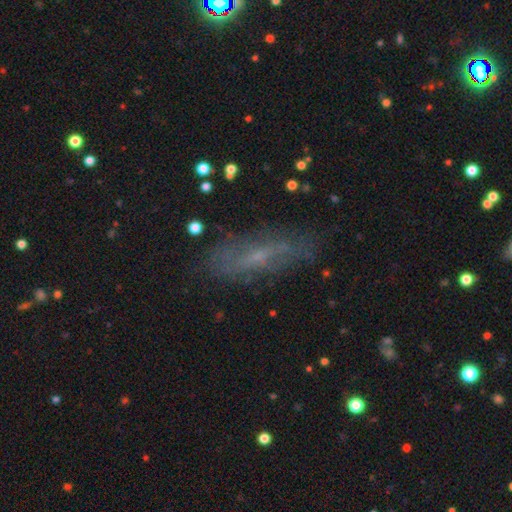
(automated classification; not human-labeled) A featured or disk galaxy (48%).

Vote fractions:
- Smooth or featured? featured or disk: 48% / smooth: 37% / star or artifact: 15%
- Merging? none: 74% / minor disturbance: 17% / major disturbance: 7% / merger: 2%